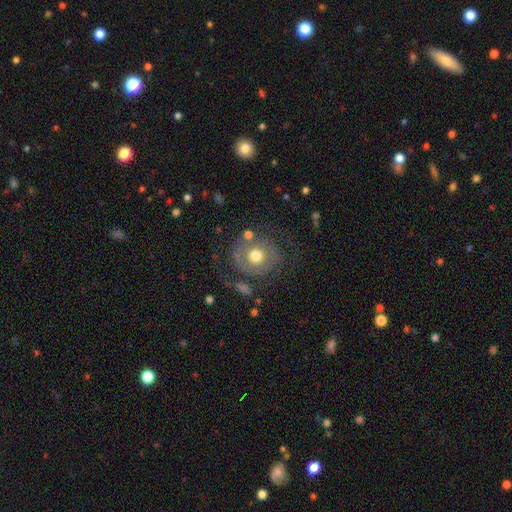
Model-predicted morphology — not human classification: This is possibly a smooth galaxy (47%). Merging: likely none (62%).